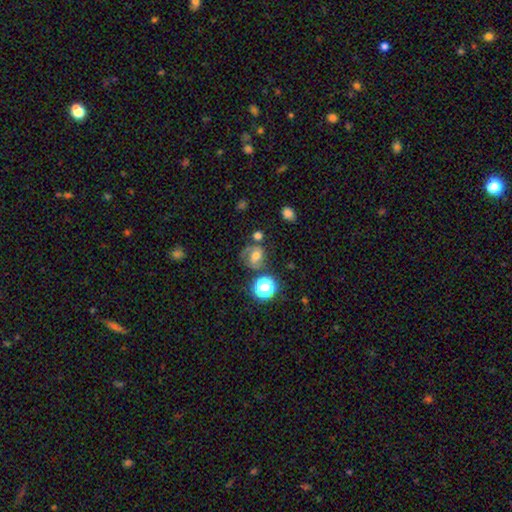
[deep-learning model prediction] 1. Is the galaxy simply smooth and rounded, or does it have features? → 47% smooth, 34% featured or disk, 18% star or artifact.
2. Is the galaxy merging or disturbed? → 53% none, 22% minor disturbance, 14% major disturbance, 10% merger.